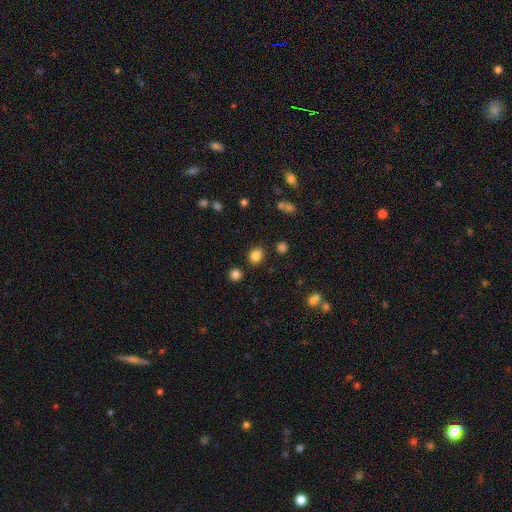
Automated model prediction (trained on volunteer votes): Q: Smooth or featured?
A: smooth (83%); runner-up: star or artifact (12%)
Q: How rounded?
A: round (67%); runner-up: in between (32%)
Q: Merging?
A: none (87%); runner-up: minor disturbance (7%)